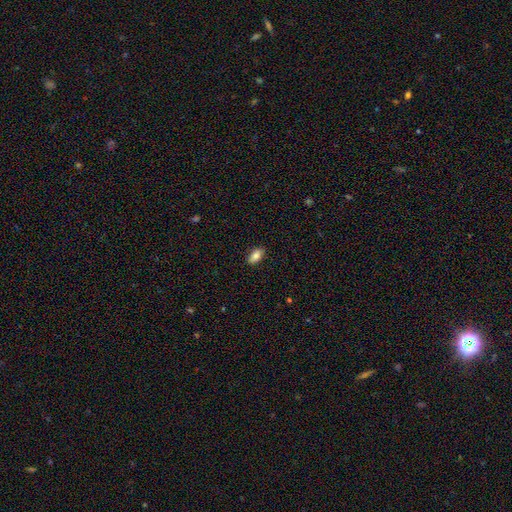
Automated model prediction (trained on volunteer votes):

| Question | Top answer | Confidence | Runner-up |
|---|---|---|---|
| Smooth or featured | smooth | 82% | featured or disk (10%) |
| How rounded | in between | 89% | cigar-shaped (6%) |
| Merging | none | 88% | minor disturbance (9%) |